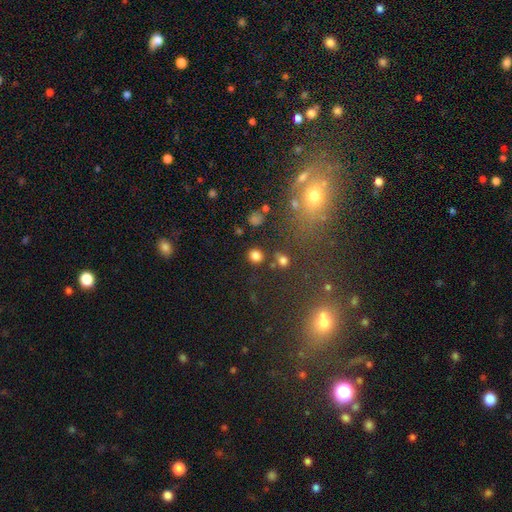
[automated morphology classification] Overall: smooth (80%). How rounded: round (88%). Merging: none (84%).